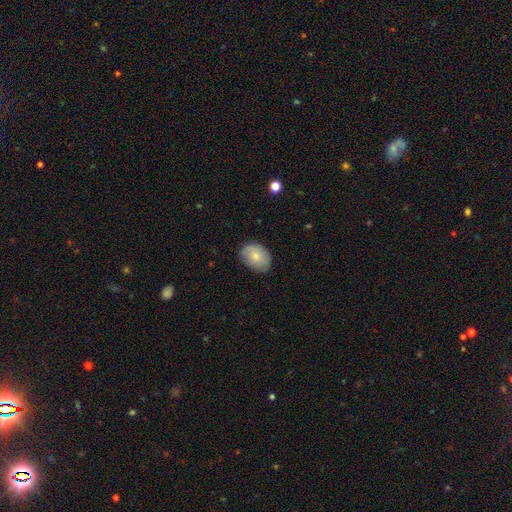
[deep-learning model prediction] This appears to be a smooth galaxy with no disk features (75%) that is in between round and cigar-shaped (72%). Merging: none (75%).